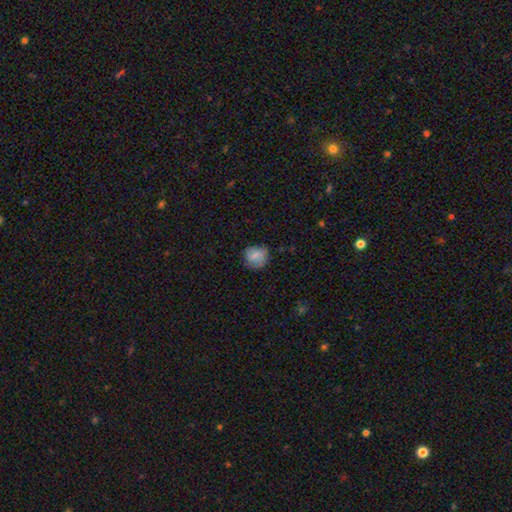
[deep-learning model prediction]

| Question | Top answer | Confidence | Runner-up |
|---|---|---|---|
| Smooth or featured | smooth | 74% | featured or disk (17%) |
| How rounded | round | 75% | in between (24%) |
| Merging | none | 66% | minor disturbance (25%) |